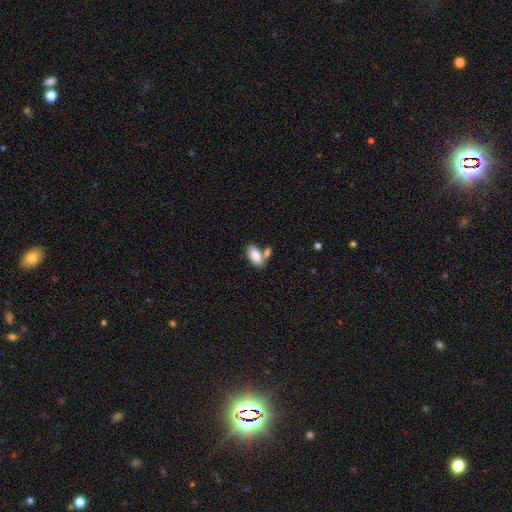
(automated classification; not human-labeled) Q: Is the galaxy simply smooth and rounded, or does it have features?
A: smooth — 83%.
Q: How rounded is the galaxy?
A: in between — 93%.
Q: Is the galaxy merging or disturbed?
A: none — 51%.